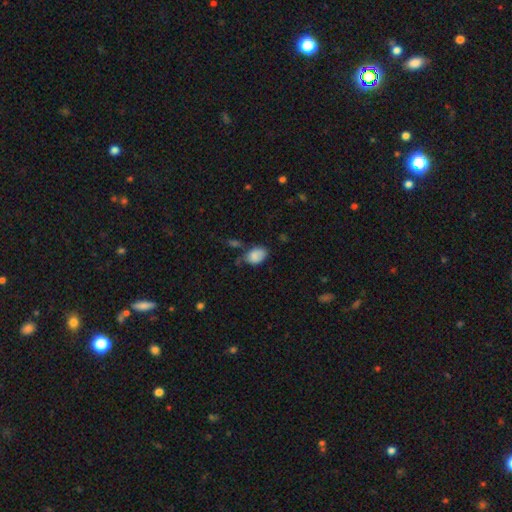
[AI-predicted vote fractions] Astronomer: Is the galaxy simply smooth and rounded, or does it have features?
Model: smooth — 84%.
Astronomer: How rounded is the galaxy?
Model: in between — 86%.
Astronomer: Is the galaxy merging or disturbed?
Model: none — 50% (runner-up: minor disturbance, 31%).